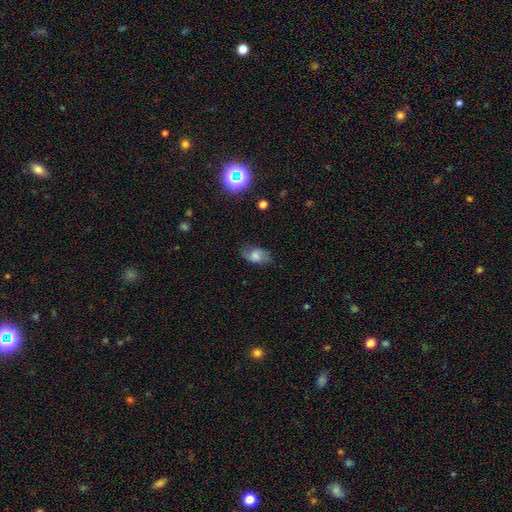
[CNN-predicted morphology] Q: Smooth or featured?
A: smooth (58%); runner-up: featured or disk (31%)
Q: How rounded?
A: in between (85%); runner-up: round (12%)
Q: Merging?
A: none (68%); runner-up: minor disturbance (23%)